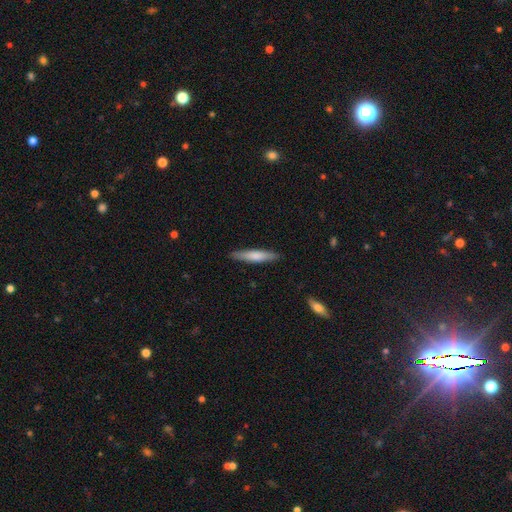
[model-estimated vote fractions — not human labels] This is likely a smooth galaxy (72%). How rounded: clearly cigar-shaped (87%). Merging: clearly none (89%).